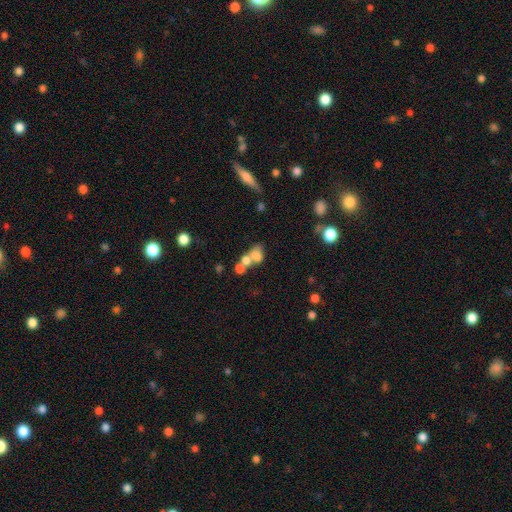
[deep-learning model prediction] Smooth or featured? smooth (63%)
How rounded? in between (59%)
Merging? merger (60%)